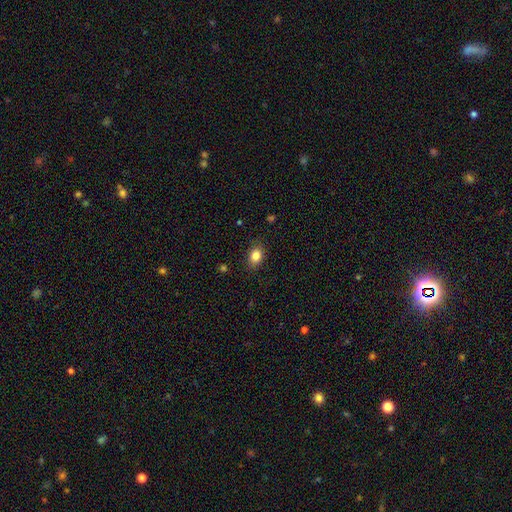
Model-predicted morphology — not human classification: A smooth galaxy with no disk features (84%) that is in between round and cigar-shaped (68%).

Vote fractions:
- Smooth or featured? smooth: 84% / star or artifact: 10% / featured or disk: 6%
- How rounded? in between: 68% / round: 31% / cigar-shaped: 1%
- Merging? none: 85% / minor disturbance: 11% / major disturbance: 3% / merger: 1%